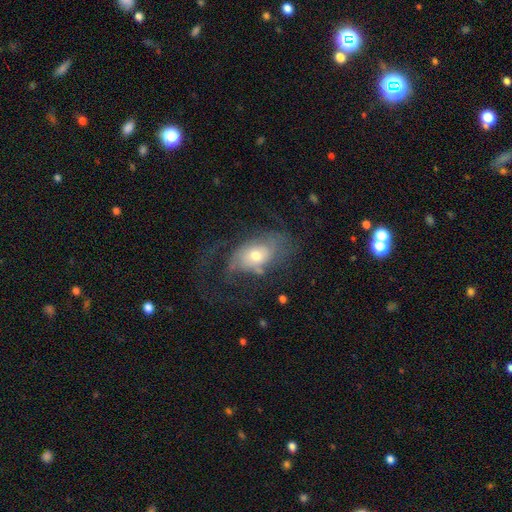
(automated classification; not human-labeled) Smooth or featured?
  - featured or disk: 65% *
  - smooth: 27%
  - star or artifact: 8%
Edge-on disk?
  - no: 94% *
  - yes: 6%
Bar?
  - no: 77% *
  - weak: 19%
  - strong: 4%
Spiral arms?
  - yes: 74% *
  - no: 26%
Bulge size?
  - moderate: 62% *
  - small: 27%
  - large: 8%
  - dominant: 1%
  - none: 1%
Merging?
  - none: 48% *
  - major disturbance: 31%
  - minor disturbance: 19%
  - merger: 2%